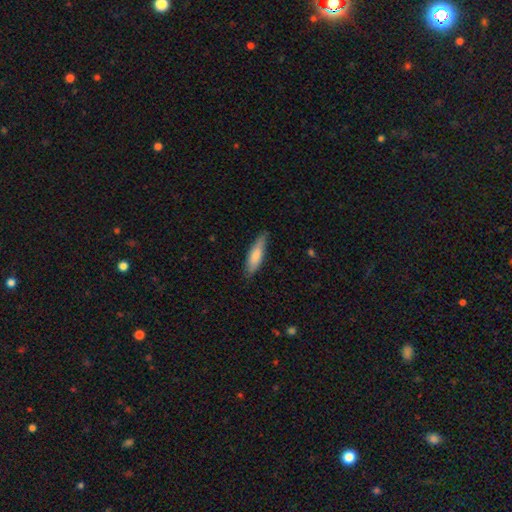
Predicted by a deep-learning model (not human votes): Overall: smooth (78%). How rounded: cigar-shaped (66%; in between 33%). Merging: none (81%).